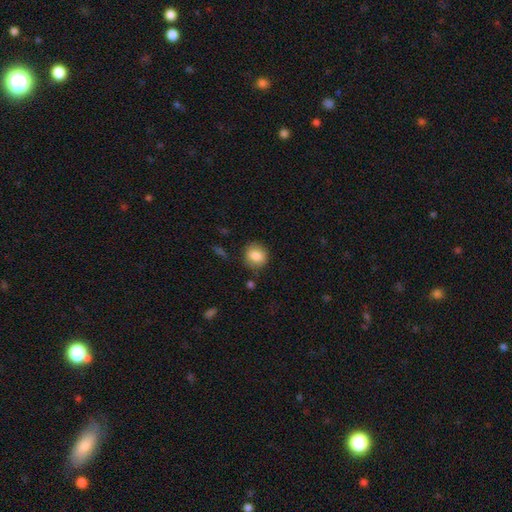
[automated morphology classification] The model was most divided on "how rounded": round: 79%, in between: 20%, cigar-shaped: 1%. More confident: smooth or featured — smooth (84%); merging — none (83%).